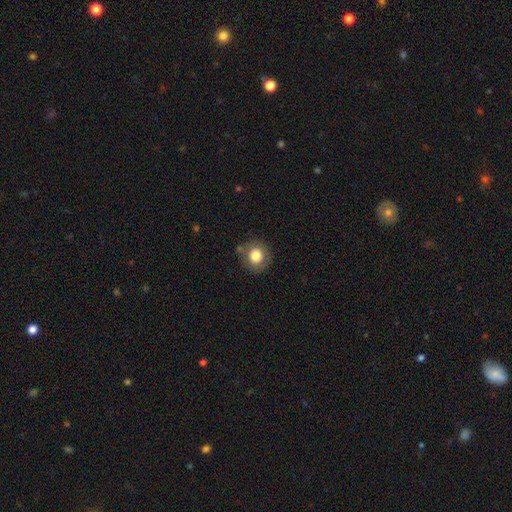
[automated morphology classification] The model was most divided on "smooth or featured": smooth: 79%, featured or disk: 12%, star or artifact: 10%. More confident: how rounded — round (87%); merging — none (81%).